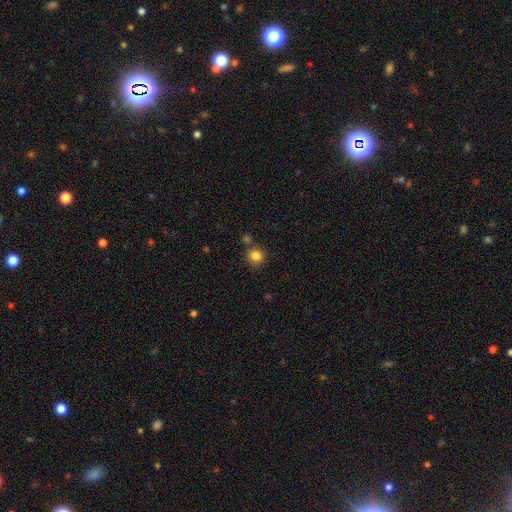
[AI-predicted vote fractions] Smooth or featured?
  - smooth: 84% *
  - star or artifact: 11%
  - featured or disk: 5%
How rounded?
  - round: 91% *
  - in between: 8%
  - cigar-shaped: 1%
Merging?
  - none: 78% *
  - merger: 10%
  - minor disturbance: 9%
  - major disturbance: 3%